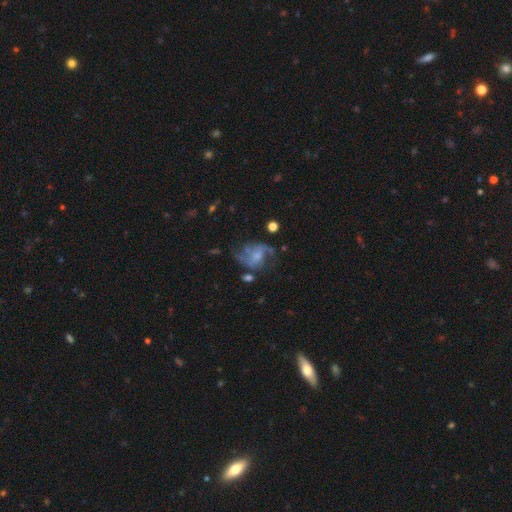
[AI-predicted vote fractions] Q: Smooth or featured?
A: featured or disk (67%); runner-up: smooth (23%)
Q: Edge-on disk?
A: no (97%); runner-up: yes (3%)
Q: Bar?
A: no (59%); runner-up: weak (34%)
Q: Spiral arms?
A: yes (79%); runner-up: no (21%)
Q: Spiral winding?
A: loose (46%); runner-up: medium (41%)
Q: Spiral arm count?
A: 2 (69%); runner-up: can't tell (15%)
Q: Bulge size?
A: none (32%); runner-up: small (30%)
Q: Merging?
A: none (43%); runner-up: major disturbance (28%)